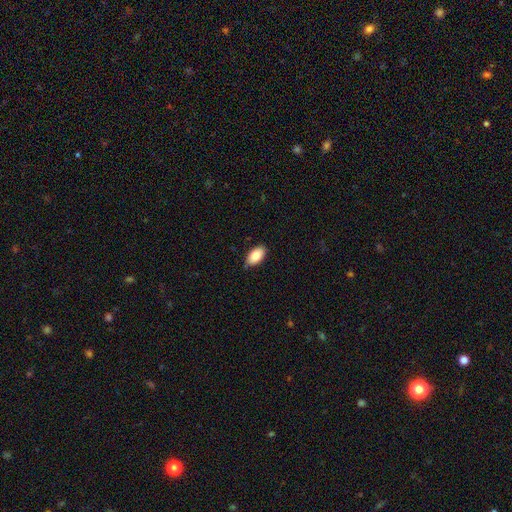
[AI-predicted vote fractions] This is clearly a smooth galaxy (86%). How rounded: clearly in between (94%). Merging: clearly none (83%).